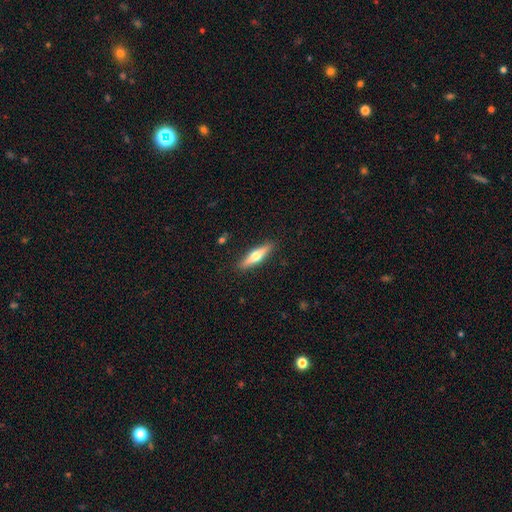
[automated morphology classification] Smooth or featured? featured or disk (53%)
Edge-on disk? yes (94%)
Merging? none (90%)